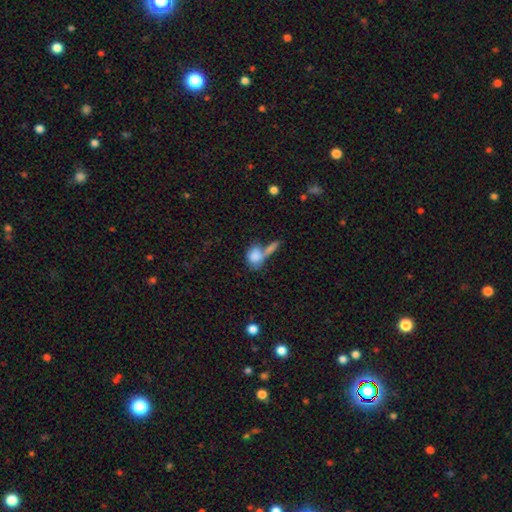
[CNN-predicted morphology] type=smooth (80%); roundness=in between (57%); merging=merger (50%).